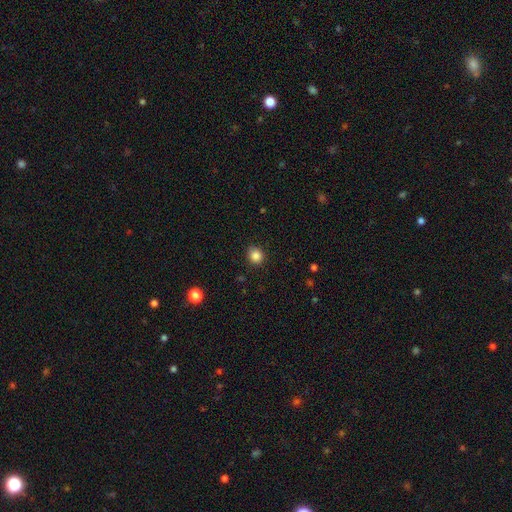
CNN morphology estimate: Smooth or featured?
  - smooth: 86% *
  - star or artifact: 11%
  - featured or disk: 4%
How rounded?
  - round: 80% *
  - in between: 19%
  - cigar-shaped: 1%
Merging?
  - none: 87% *
  - minor disturbance: 9%
  - major disturbance: 2%
  - merger: 1%